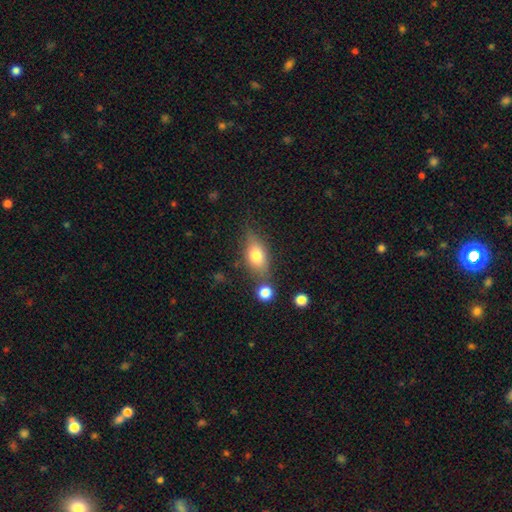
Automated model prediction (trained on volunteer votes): Overall: smooth (70%). How rounded: in between (78%). Merging: none (62%).